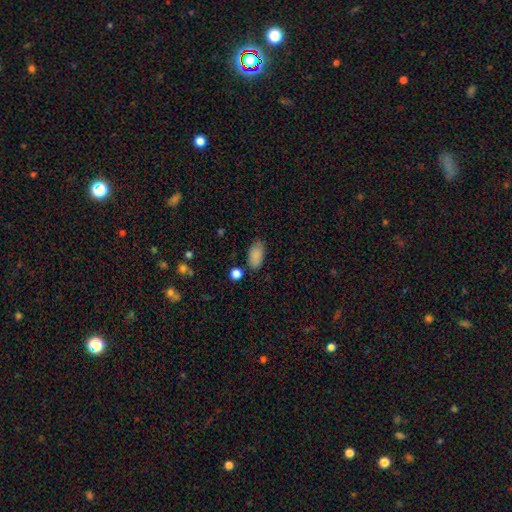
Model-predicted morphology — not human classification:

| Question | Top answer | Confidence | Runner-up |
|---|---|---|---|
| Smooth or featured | smooth | 87% | star or artifact (8%) |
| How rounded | in between | 92% | round (5%) |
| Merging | none | 75% | minor disturbance (17%) |